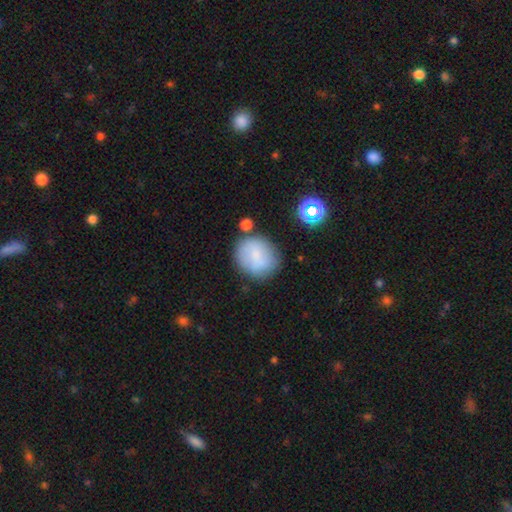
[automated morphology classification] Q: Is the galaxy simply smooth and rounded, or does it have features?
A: smooth — 73%.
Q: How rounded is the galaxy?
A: round — 75%.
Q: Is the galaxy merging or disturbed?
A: none — 68%.